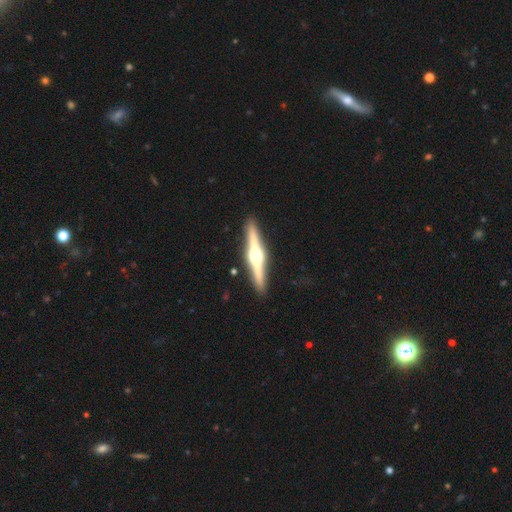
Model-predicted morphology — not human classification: Smooth or featured?
  - featured or disk: 81% *
  - smooth: 14%
  - star or artifact: 5%
Edge-on disk?
  - yes: 98% *
  - no: 2%
Edge-on bulge?
  - rounded: 95% *
  - boxy: 4%
  - none: 2%
Merging?
  - none: 91% *
  - minor disturbance: 6%
  - major disturbance: 1%
  - merger: 1%